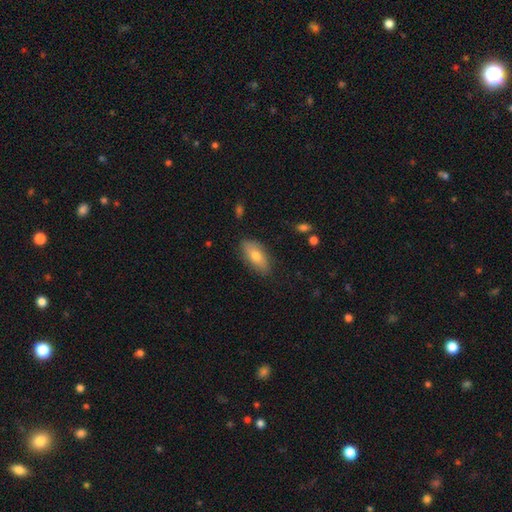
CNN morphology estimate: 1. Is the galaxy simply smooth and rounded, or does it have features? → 73% smooth, 20% featured or disk, 7% star or artifact.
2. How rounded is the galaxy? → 87% in between, 10% cigar-shaped, 3% round.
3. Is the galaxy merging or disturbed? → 82% none, 14% minor disturbance, 3% major disturbance, 1% merger.